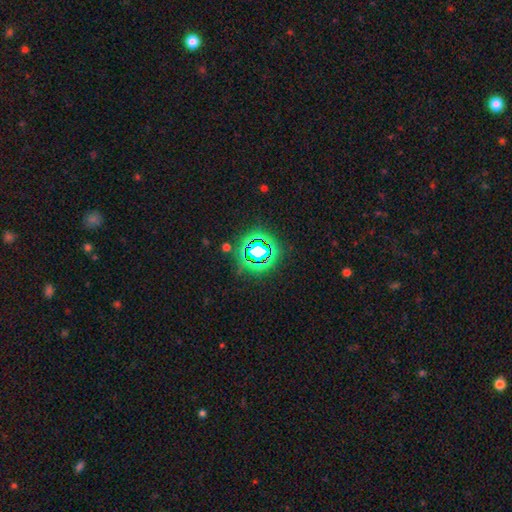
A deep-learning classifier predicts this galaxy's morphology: A star or artifact, not a galaxy (76%).